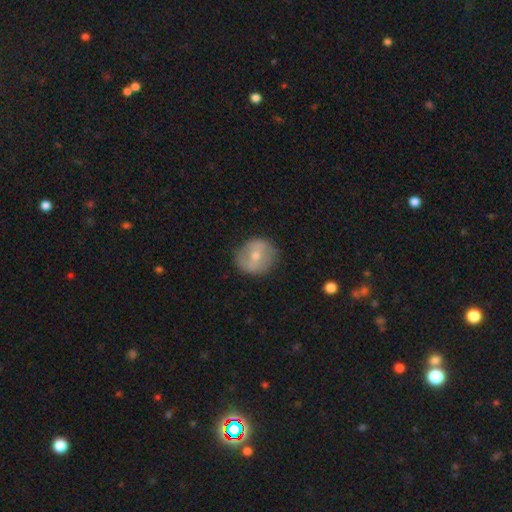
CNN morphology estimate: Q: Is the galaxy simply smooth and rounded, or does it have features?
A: smooth — 48%.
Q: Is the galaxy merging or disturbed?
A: none — 82%.